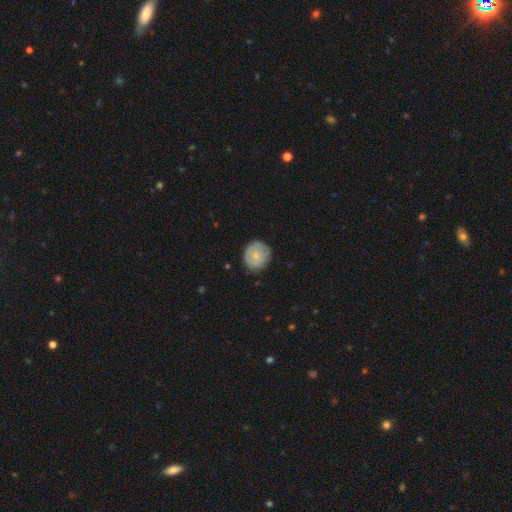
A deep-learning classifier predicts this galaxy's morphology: This appears to be a smooth galaxy with no disk features (61%) that is round (82%). Merging: none (77%).